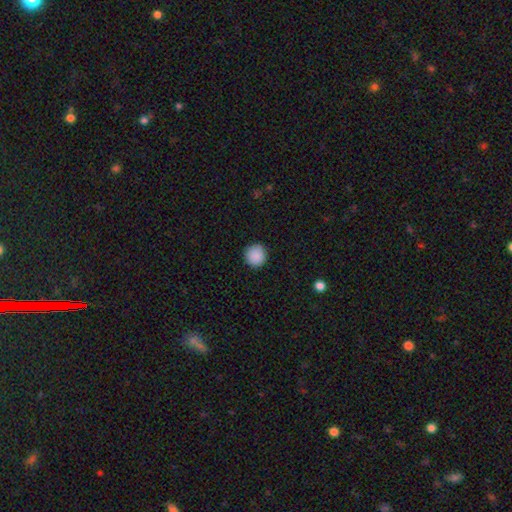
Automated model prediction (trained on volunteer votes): Smooth or featured? Predicted: smooth (p=0.89). How rounded? Predicted: round (p=0.95). Merging? Predicted: none (p=0.92).